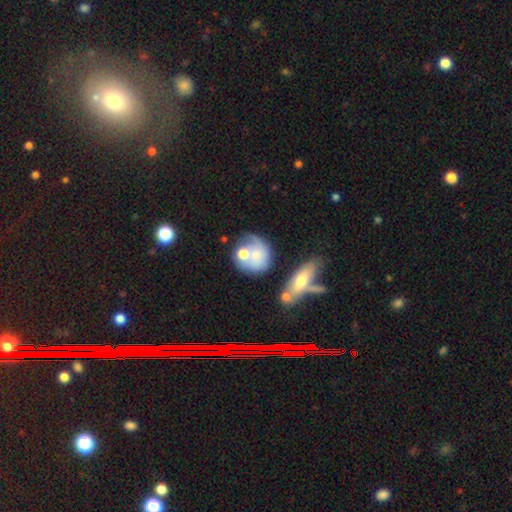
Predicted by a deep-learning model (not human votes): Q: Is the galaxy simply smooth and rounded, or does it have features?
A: smooth — 58%.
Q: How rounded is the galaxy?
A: round — 73%.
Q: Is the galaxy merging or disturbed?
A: merger — 36%.